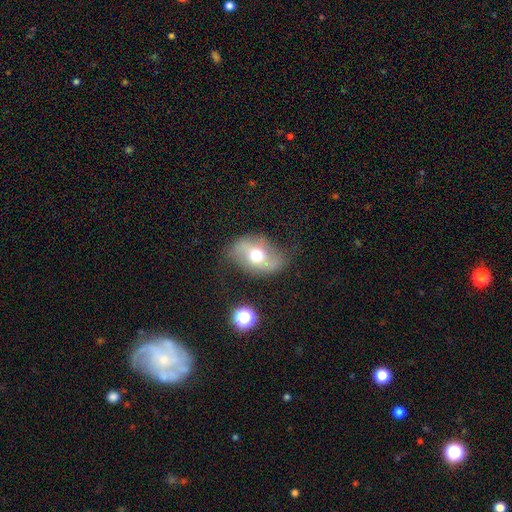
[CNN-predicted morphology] smooth_or_featured: featured or disk (p=0.56) [alt: smooth p=0.35]
disk_edge_on: no (p=0.92) [alt: yes p=0.08]
bar: no (p=0.52) [alt: weak p=0.30]
has_spiral_arms: yes (p=0.62) [alt: no p=0.38]
bulge_size: moderate (p=0.72) [alt: large p=0.18]
merging: none (p=0.68) [alt: minor disturbance p=0.21]